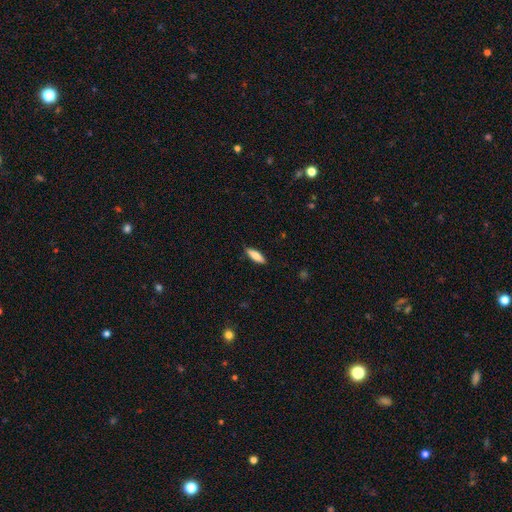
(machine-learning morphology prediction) A smooth galaxy with no disk features (79%) that is cigar-shaped (51%). Merging: none (87%).